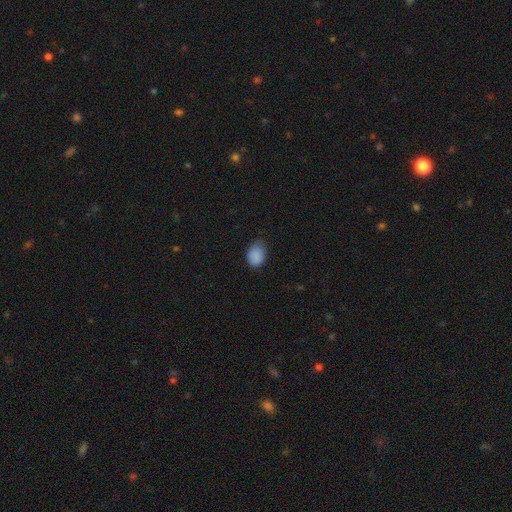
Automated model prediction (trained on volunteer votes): A smooth galaxy with no disk features (87%) that is in between round and cigar-shaped (75%). Merging: none (65%).